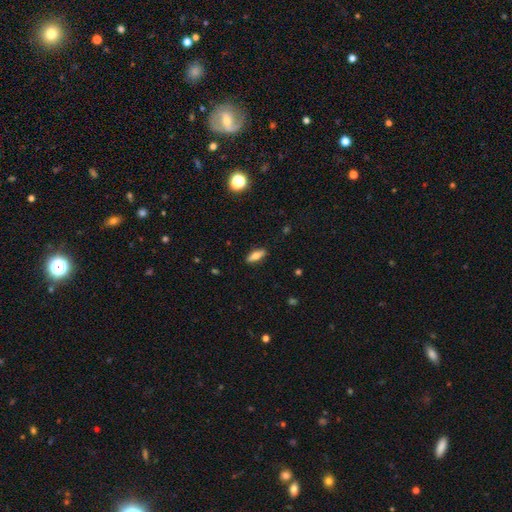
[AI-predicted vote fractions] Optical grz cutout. It shows a smooth galaxy with no disk features (67%) that is in between round and cigar-shaped (61%). Merging: none (88%).